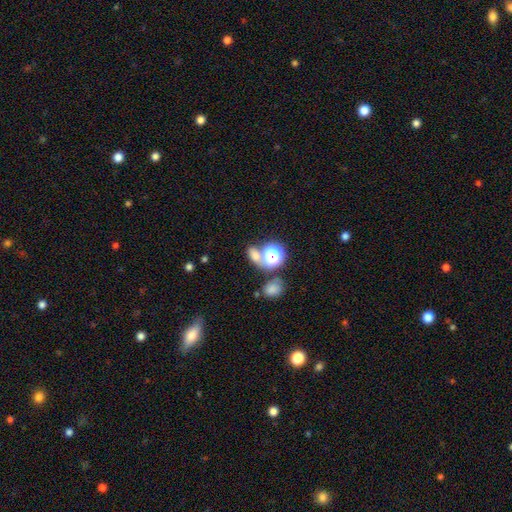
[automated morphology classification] Smooth or featured?
  - smooth: 63% *
  - star or artifact: 27%
  - featured or disk: 9%
How rounded?
  - in between: 52% *
  - round: 45%
  - cigar-shaped: 3%
Merging?
  - none: 55% *
  - merger: 29%
  - minor disturbance: 10%
  - major disturbance: 6%